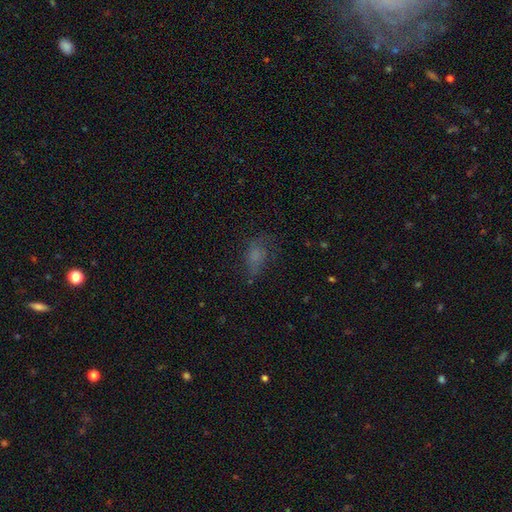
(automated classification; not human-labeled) smooth-or-featured: smooth: 59% | featured or disk: 23% | star or artifact: 19%
  how-rounded: in between: 79% | round: 17% | cigar-shaped: 4%
  merging: none: 49% | minor disturbance: 25% | major disturbance: 24% | merger: 2%